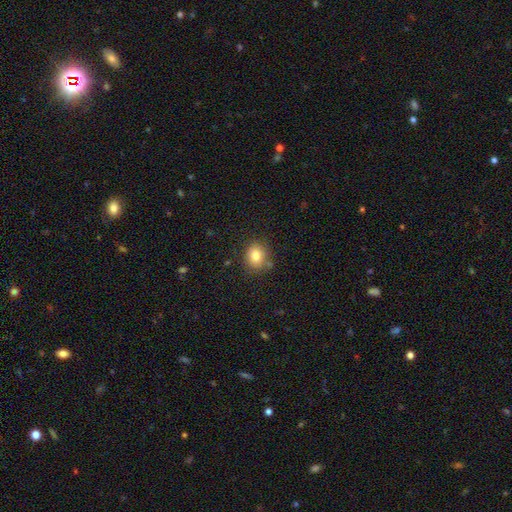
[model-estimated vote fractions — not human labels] This appears to be a smooth galaxy with no disk features (81%) that is round (66%). Merging: none (80%).